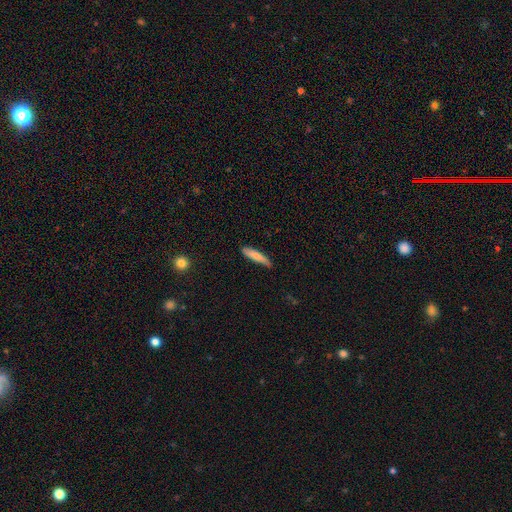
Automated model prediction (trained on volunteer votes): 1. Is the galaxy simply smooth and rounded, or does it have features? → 73% smooth, 21% featured or disk, 6% star or artifact.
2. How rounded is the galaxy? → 84% cigar-shaped, 15% in between, 2% round.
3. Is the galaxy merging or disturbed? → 78% none, 18% minor disturbance, 3% major disturbance, 1% merger.